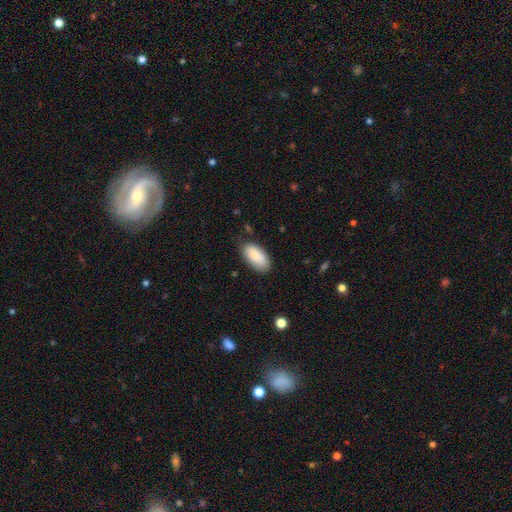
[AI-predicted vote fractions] Smooth or featured?
  - smooth: 85% *
  - featured or disk: 9%
  - star or artifact: 6%
How rounded?
  - in between: 93% *
  - cigar-shaped: 5%
  - round: 2%
Merging?
  - none: 79% *
  - minor disturbance: 16%
  - major disturbance: 3%
  - merger: 2%